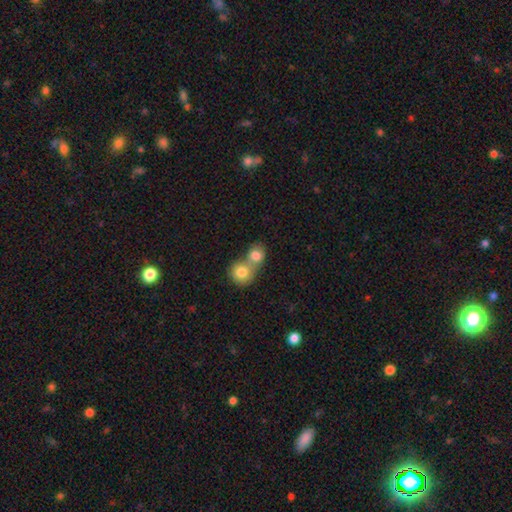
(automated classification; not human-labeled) Morphology: type=smooth (81%); roundness=round (72%); merging=merger (68%).